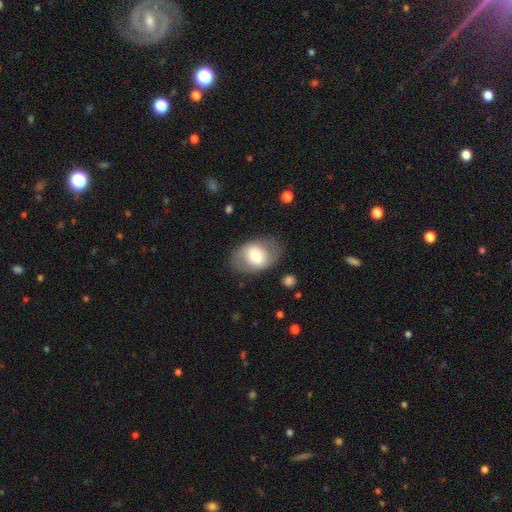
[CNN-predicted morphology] type=smooth (62%); roundness=in between (77%); merging=none (75%).